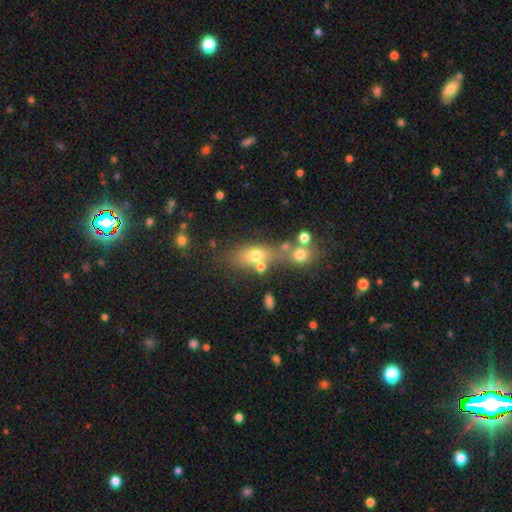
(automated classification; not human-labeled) A smooth galaxy with no disk features (65%) that is in between round and cigar-shaped (65%). Merging: none (45%).